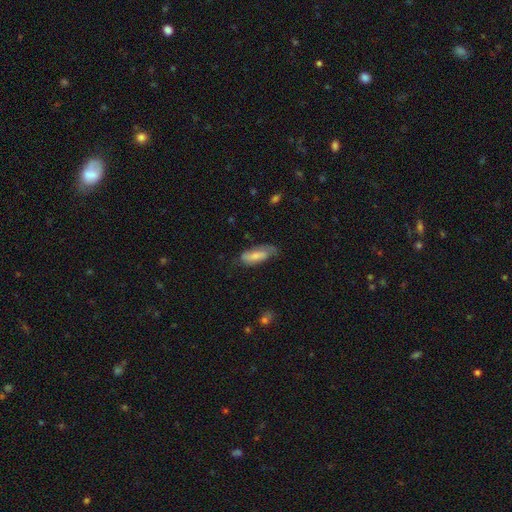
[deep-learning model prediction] This is likely a smooth galaxy (64%). How rounded: likely in between (73%). Merging: possibly none (52%).